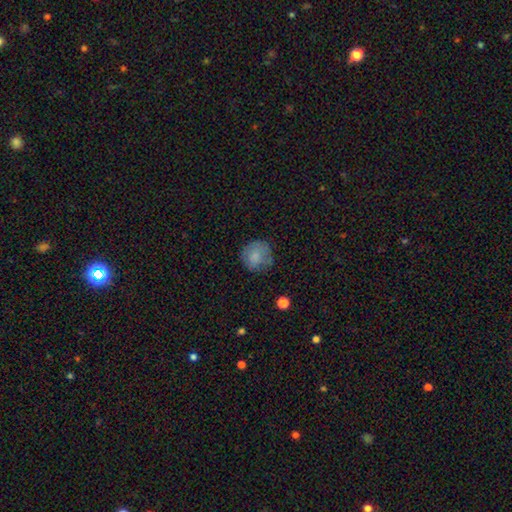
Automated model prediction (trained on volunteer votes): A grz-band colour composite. It shows a smooth galaxy with no disk features (78%) that is round (86%). Merging: none (65%).